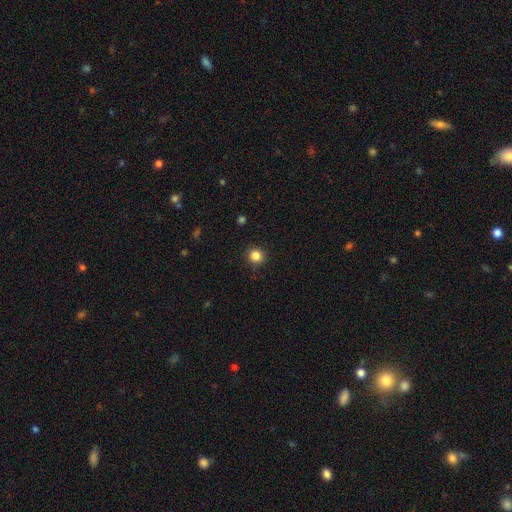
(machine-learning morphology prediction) Q: Smooth or featured?
A: smooth (85%); runner-up: star or artifact (11%)
Q: How rounded?
A: round (91%); runner-up: in between (8%)
Q: Merging?
A: none (90%); runner-up: minor disturbance (7%)